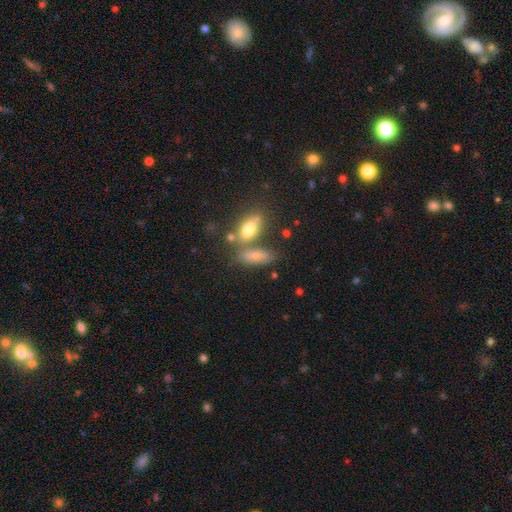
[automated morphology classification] smooth_or_featured: smooth (p=0.70) [alt: featured or disk p=0.20]
how_rounded: in between (p=0.72) [alt: cigar-shaped p=0.22]
merging: none (p=0.52) [alt: merger p=0.28]